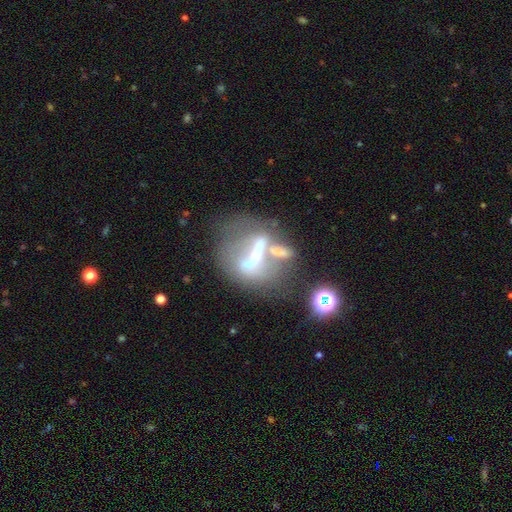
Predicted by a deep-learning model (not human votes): smooth-or-featured: featured or disk: 61% | smooth: 22% | star or artifact: 17%
  disk-edge-on: no: 84% | yes: 16%
    bar: strong: 62% | no: 25% | weak: 14%
    has-spiral-arms: no: 76% | yes: 24%
    bulge-size: none: 51% | moderate: 20% | small: 17% | large: 7% | dominant: 5%
  merging: merger: 34% | major disturbance: 28% | none: 25% | minor disturbance: 13%